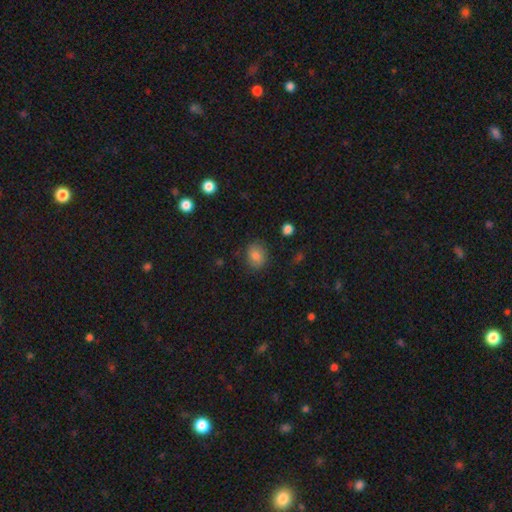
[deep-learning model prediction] A smooth galaxy with no disk features (80%) that is round (56%). Merging: none (82%).